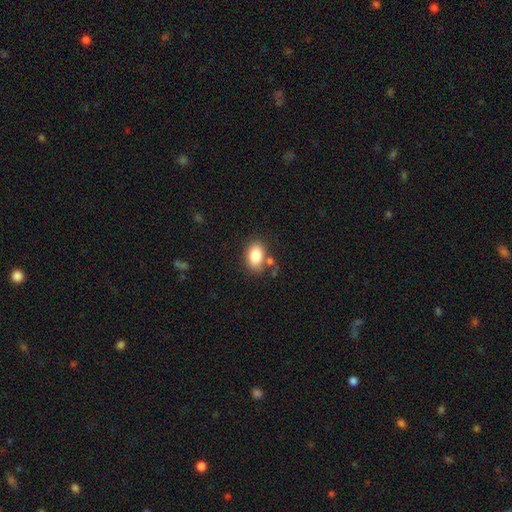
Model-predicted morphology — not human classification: Smooth or featured: smooth — 84% (featured or disk — 8%)
How rounded: in between — 87% (round — 11%)
Merging: none — 70% (minor disturbance — 15%)